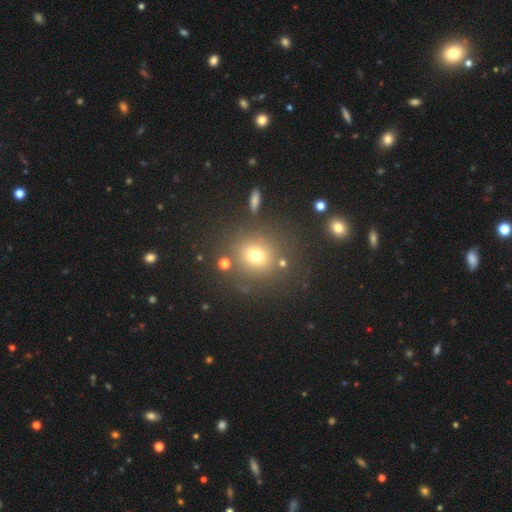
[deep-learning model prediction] smooth_or_featured: smooth (p=0.69) [alt: star or artifact p=0.20]
how_rounded: round (p=0.83) [alt: in between p=0.16]
merging: none (p=0.79) [alt: minor disturbance p=0.10]